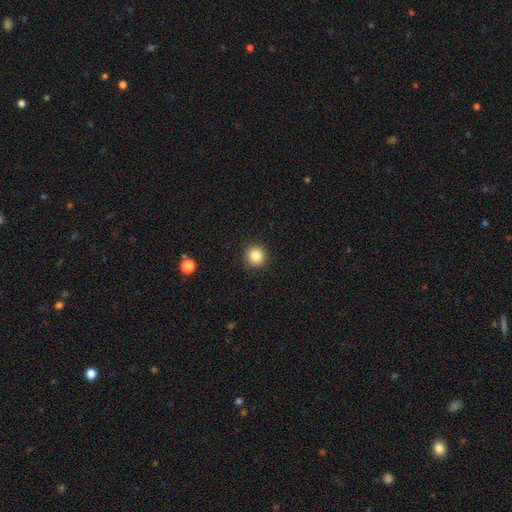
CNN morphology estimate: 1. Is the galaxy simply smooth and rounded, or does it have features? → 85% smooth, 10% star or artifact, 5% featured or disk.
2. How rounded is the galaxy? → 93% round, 6% in between, 1% cigar-shaped.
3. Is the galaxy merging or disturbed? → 92% none, 5% minor disturbance, 2% major disturbance, 1% merger.